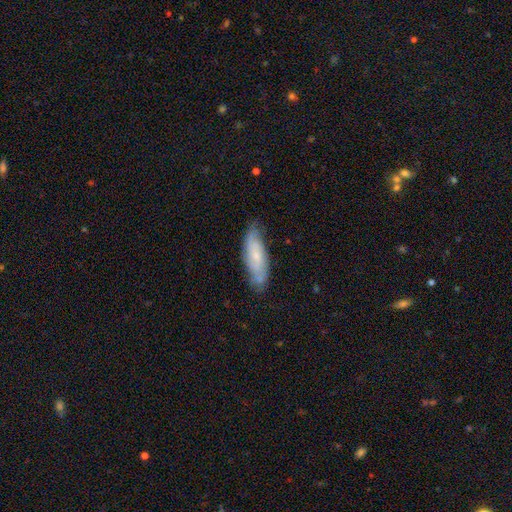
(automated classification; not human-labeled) Q: Smooth or featured?
A: featured or disk (49%); runner-up: smooth (44%)
Q: Merging?
A: none (70%); runner-up: minor disturbance (23%)